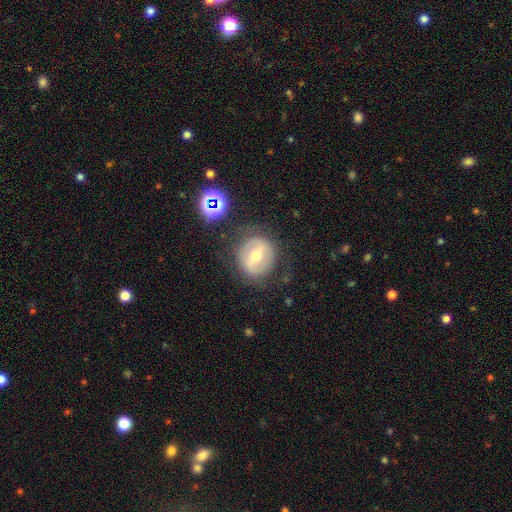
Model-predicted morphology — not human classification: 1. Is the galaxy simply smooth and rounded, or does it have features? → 54% featured or disk, 37% smooth, 9% star or artifact.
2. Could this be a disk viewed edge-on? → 92% no, 8% yes.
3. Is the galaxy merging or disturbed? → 76% none, 14% minor disturbance, 7% major disturbance, 3% merger.